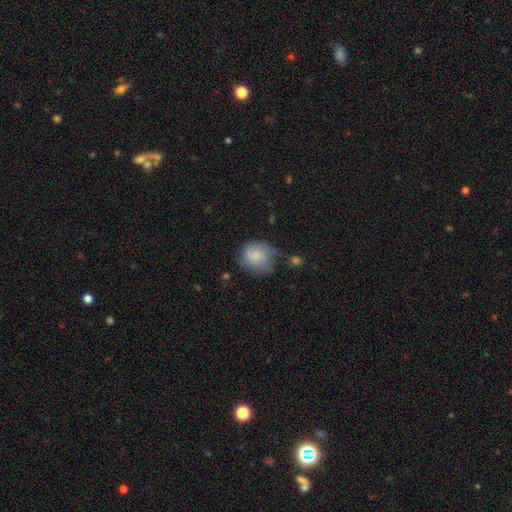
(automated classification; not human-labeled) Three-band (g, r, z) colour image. It shows a smooth galaxy with no disk features (72%) that is round (78%). Merging: none (51%).